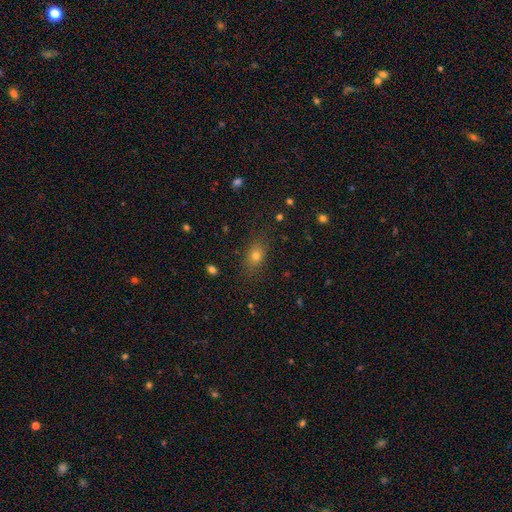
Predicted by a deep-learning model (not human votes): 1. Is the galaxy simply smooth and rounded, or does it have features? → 71% smooth, 18% star or artifact, 11% featured or disk.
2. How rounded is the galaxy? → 63% in between, 33% round, 4% cigar-shaped.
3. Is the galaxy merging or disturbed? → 83% none, 12% minor disturbance, 4% major disturbance, 1% merger.